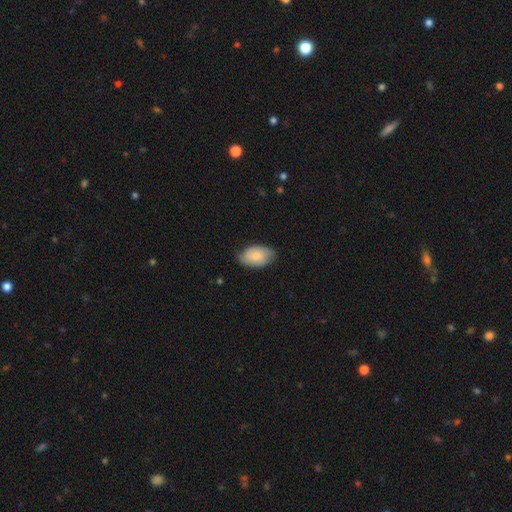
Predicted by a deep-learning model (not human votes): smooth 76%, featured or disk 18%, star or artifact 6%. Down the decision tree: how rounded — in between (93%); merging — none (75%).